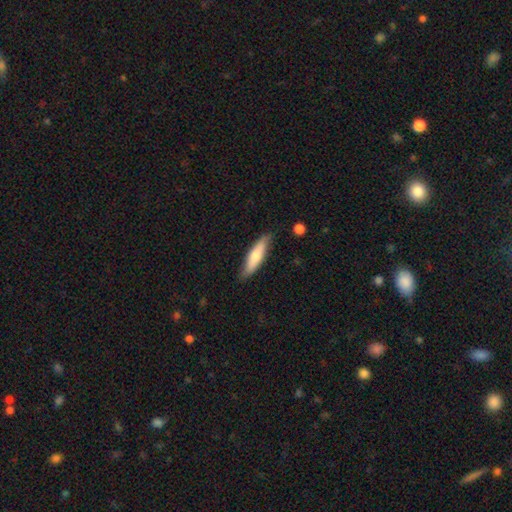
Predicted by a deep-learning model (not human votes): smooth_or_featured: smooth (p=0.66) [alt: featured or disk p=0.29]
how_rounded: cigar-shaped (p=0.70) [alt: in between p=0.28]
merging: none (p=0.80) [alt: minor disturbance p=0.16]